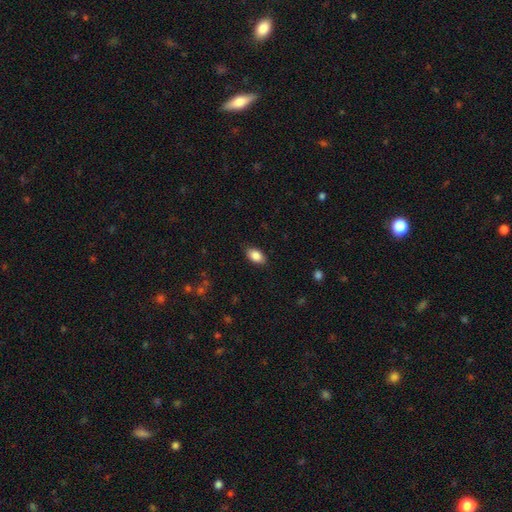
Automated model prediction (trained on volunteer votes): A smooth galaxy with no disk features (86%) that is in between round and cigar-shaped (90%). Merging: none (85%).